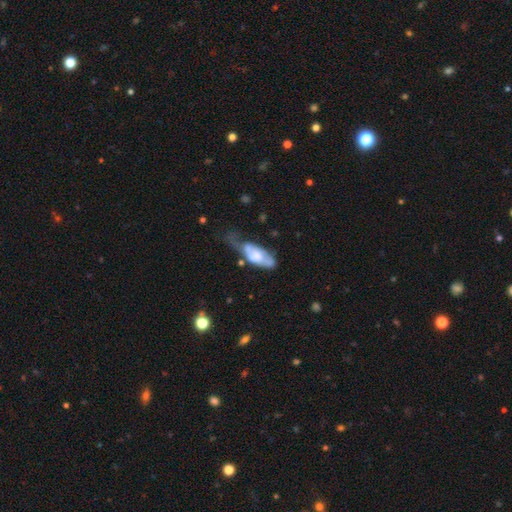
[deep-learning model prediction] Smooth or featured: smooth — 51% (featured or disk — 43%)
How rounded: in between — 79% (cigar-shaped — 19%)
Merging: major disturbance — 38% (minor disturbance — 32%)